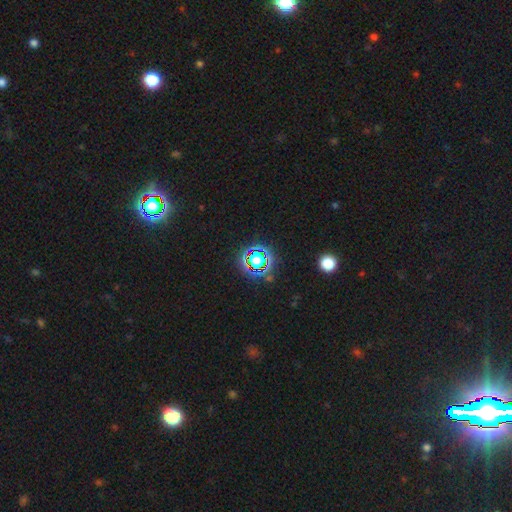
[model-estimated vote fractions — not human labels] star or artifact 69%, smooth 20%, featured or disk 11%.